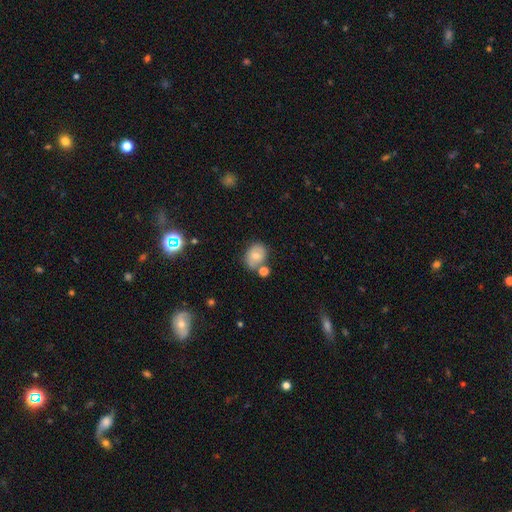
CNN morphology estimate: This is likely a smooth galaxy (72%). How rounded: possibly in between (56%). Merging: likely none (64%).